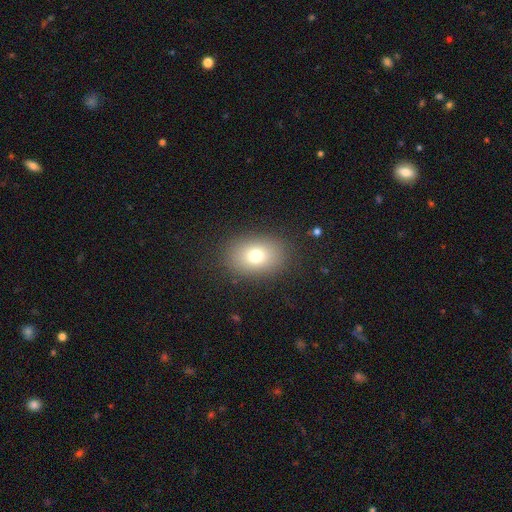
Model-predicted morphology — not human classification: Smooth or featured?
  - smooth: 77% *
  - star or artifact: 12%
  - featured or disk: 12%
How rounded?
  - in between: 72% *
  - round: 27%
  - cigar-shaped: 1%
Merging?
  - none: 86% *
  - minor disturbance: 9%
  - major disturbance: 4%
  - merger: 1%